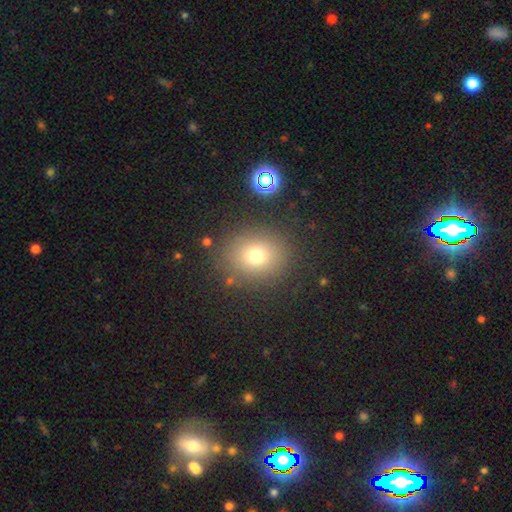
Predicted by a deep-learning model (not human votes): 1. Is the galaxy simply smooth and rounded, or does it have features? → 73% smooth, 17% star or artifact, 10% featured or disk.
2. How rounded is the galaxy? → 73% round, 26% in between, 1% cigar-shaped.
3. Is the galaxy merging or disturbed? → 85% none, 9% minor disturbance, 4% major disturbance, 3% merger.